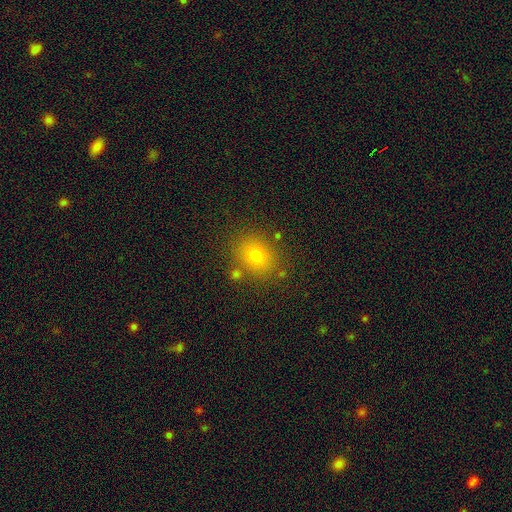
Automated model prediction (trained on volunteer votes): Smooth or featured? smooth (73%)
How rounded? round (63%)
Merging? none (81%)